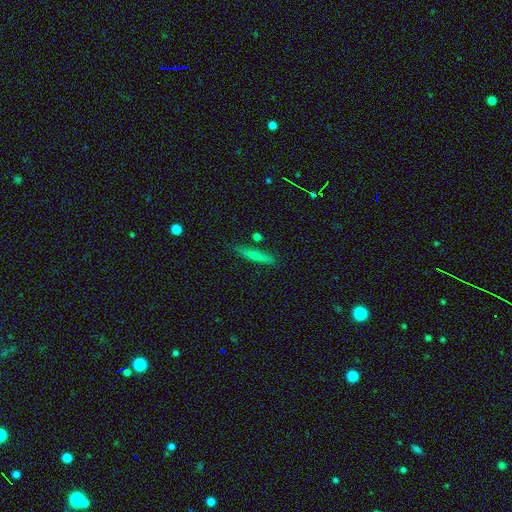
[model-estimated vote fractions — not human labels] smooth 70%, featured or disk 22%, star or artifact 8%. Down the decision tree: how rounded — cigar-shaped (91%); merging — none (83%).